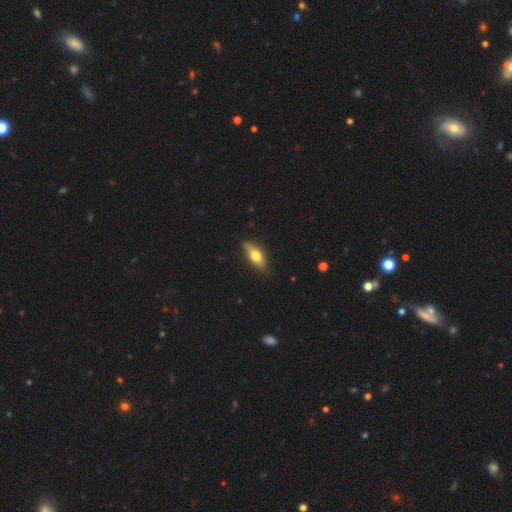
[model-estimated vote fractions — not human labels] smooth 60%, featured or disk 34%, star or artifact 6%. Down the decision tree: how rounded — in between (67%); merging — none (82%).